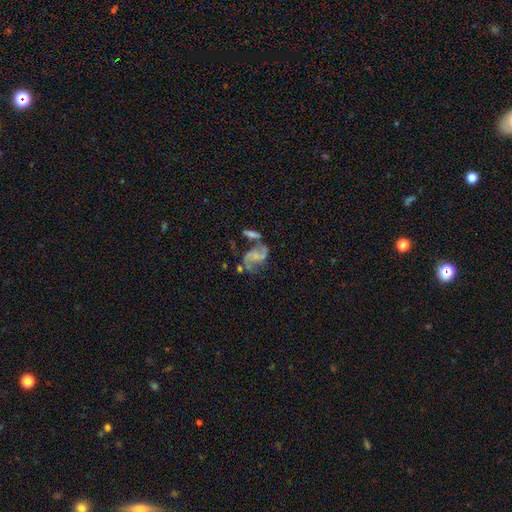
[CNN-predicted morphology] smooth-or-featured: featured or disk: 72% | smooth: 18% | star or artifact: 10%
  disk-edge-on: no: 97% | yes: 3%
    bar: no: 58% | weak: 32% | strong: 9%
    has-spiral-arms: yes: 82% | no: 18%
      spiral-winding: loose: 64% | medium: 29% | tight: 7%
      spiral-arm-count: 2: 84% | can't tell: 6% | 1: 5% | 3: 2% | 4: 1% | more than 4: 1%
    bulge-size: none: 46% | small: 38% | moderate: 12% | large: 2% | dominant: 1%
  merging: none: 32% | merger: 27% | major disturbance: 23% | minor disturbance: 18%